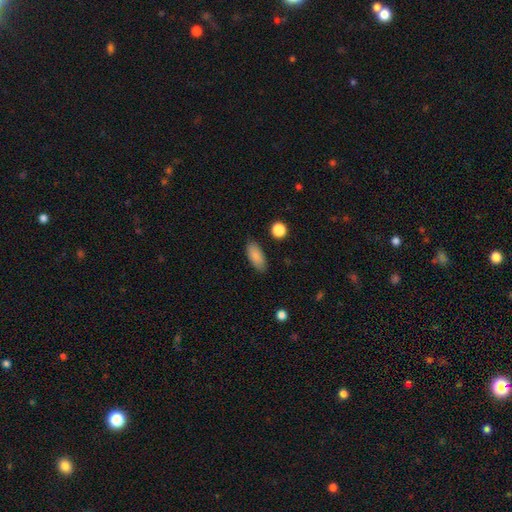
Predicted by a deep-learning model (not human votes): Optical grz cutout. It shows a smooth galaxy with no disk features (86%) that is in between round and cigar-shaped (86%). Merging: none (86%).